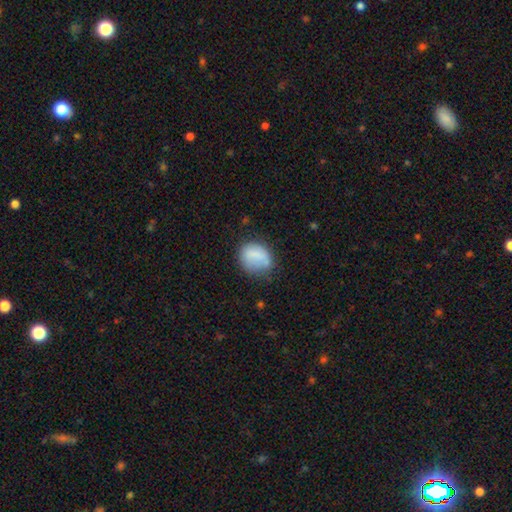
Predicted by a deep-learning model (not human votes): smooth 79%, featured or disk 13%, star or artifact 8%. Down the decision tree: how rounded — round (56%); merging — none (54%).